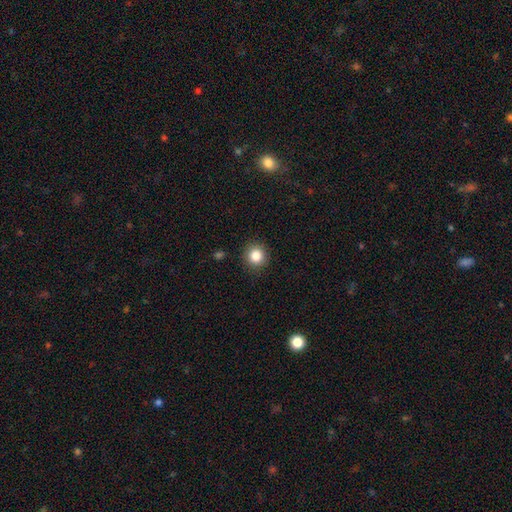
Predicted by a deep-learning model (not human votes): A smooth galaxy with no disk features (85%) that is round (91%).

Vote fractions:
- Smooth or featured? smooth: 85% / star or artifact: 10% / featured or disk: 5%
- How rounded? round: 91% / in between: 8% / cigar-shaped: 1%
- Merging? none: 90% / minor disturbance: 7% / major disturbance: 2% / merger: 1%